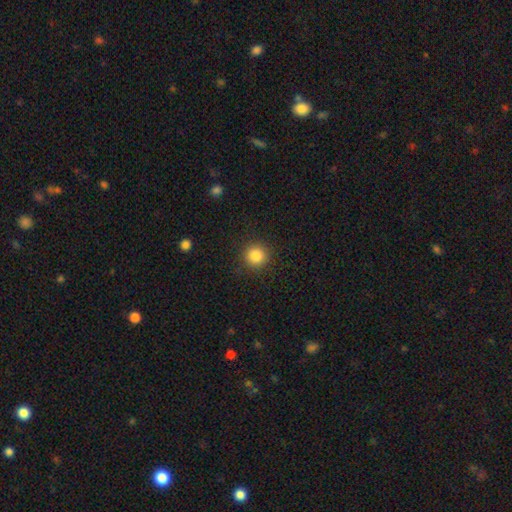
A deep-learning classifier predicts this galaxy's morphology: smooth_or_featured: smooth (p=0.85) [alt: star or artifact p=0.11]
how_rounded: round (p=0.94) [alt: in between p=0.05]
merging: none (p=0.91) [alt: minor disturbance p=0.06]